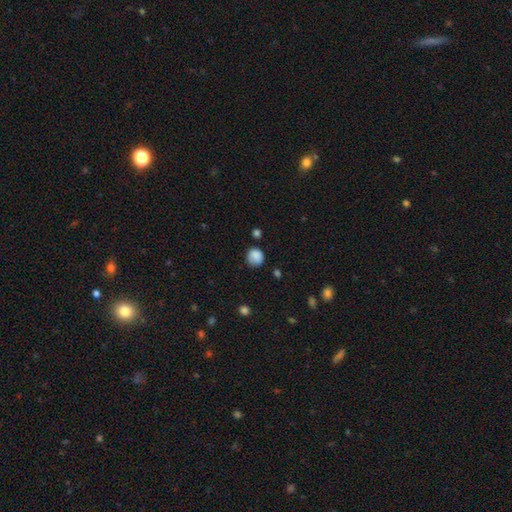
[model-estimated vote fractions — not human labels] The model was most divided on "merging": none: 70%, minor disturbance: 22%, major disturbance: 6%, merger: 2%. More confident: smooth or featured — smooth (85%); how rounded — round (84%).